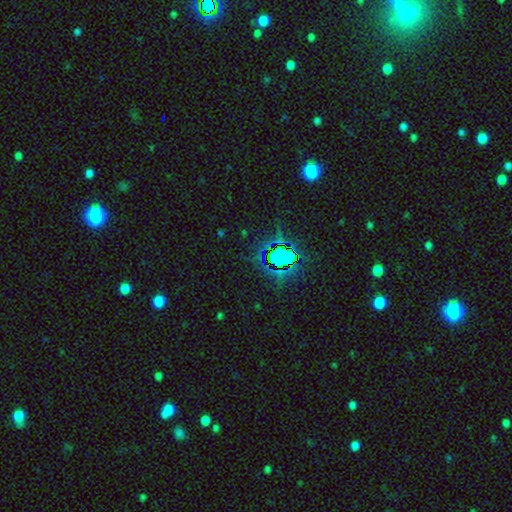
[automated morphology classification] Smooth or featured? star or artifact (80%)